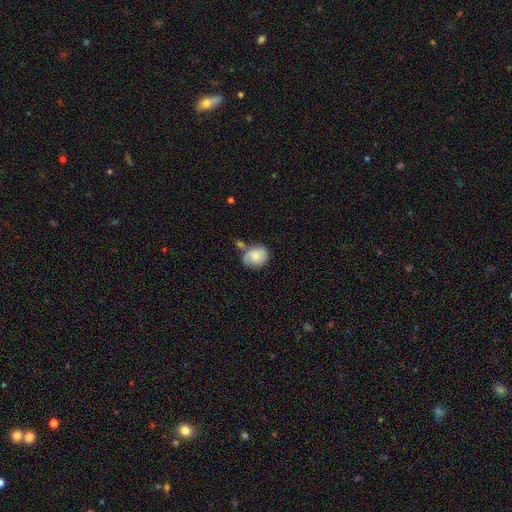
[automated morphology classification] A smooth galaxy with no disk features (67%) that is round (59%).

Vote fractions:
- Smooth or featured? smooth: 67% / featured or disk: 26% / star or artifact: 7%
- How rounded? round: 59% / in between: 40% / cigar-shaped: 1%
- Merging? none: 48% / minor disturbance: 26% / merger: 18% / major disturbance: 9%